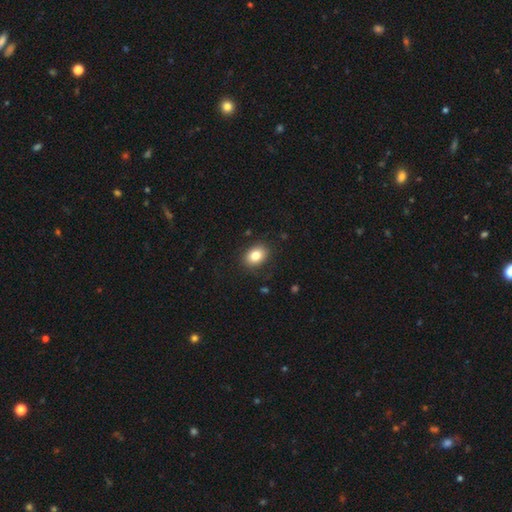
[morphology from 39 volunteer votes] A smooth galaxy with no disk features (85%) that is in between round and cigar-shaped (55%). Merging: none (89%).